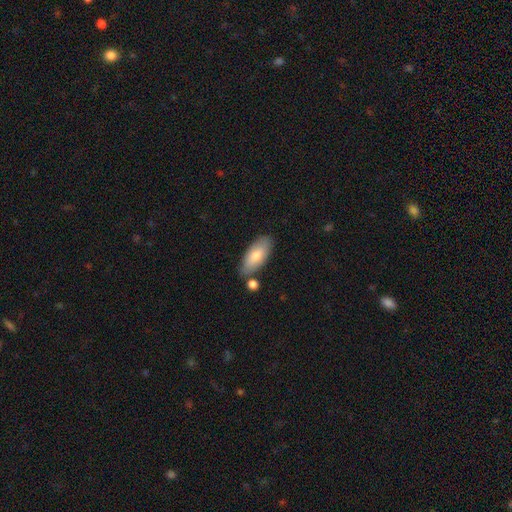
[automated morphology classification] Smooth or featured? Predicted: smooth (p=0.76). How rounded? Predicted: in between (p=0.86). Merging? Predicted: none (p=0.75).